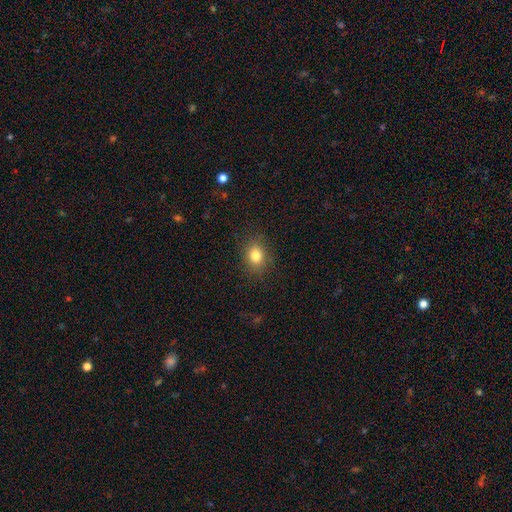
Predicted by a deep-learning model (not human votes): Smooth or featured? smooth (82%)
How rounded? round (53%)
Merging? none (86%)